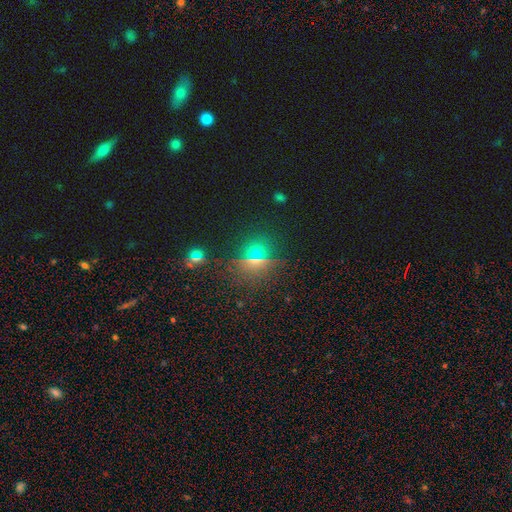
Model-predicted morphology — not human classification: Smooth or featured? Predicted: star or artifact (p=0.46).